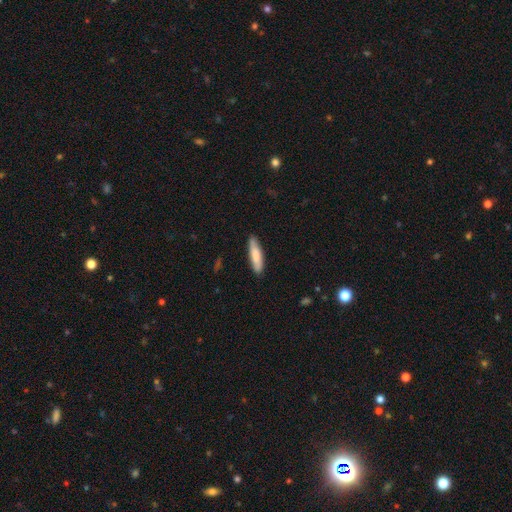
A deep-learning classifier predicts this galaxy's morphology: A smooth galaxy with no disk features (79%) that is cigar-shaped (76%).

Vote fractions:
- Smooth or featured? smooth: 79% / featured or disk: 15% / star or artifact: 5%
- How rounded? cigar-shaped: 76% / in between: 22% / round: 1%
- Merging? none: 85% / minor disturbance: 12% / major disturbance: 2% / merger: 1%